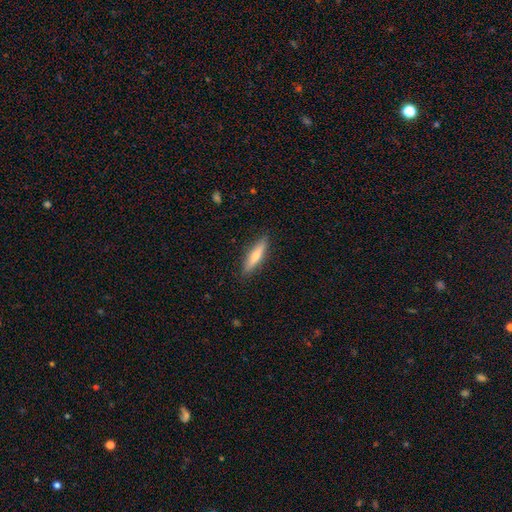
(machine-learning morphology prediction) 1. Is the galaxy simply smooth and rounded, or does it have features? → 61% smooth, 33% featured or disk, 6% star or artifact.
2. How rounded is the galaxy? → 78% cigar-shaped, 20% in between, 2% round.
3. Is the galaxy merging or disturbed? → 89% none, 8% minor disturbance, 2% major disturbance, 1% merger.